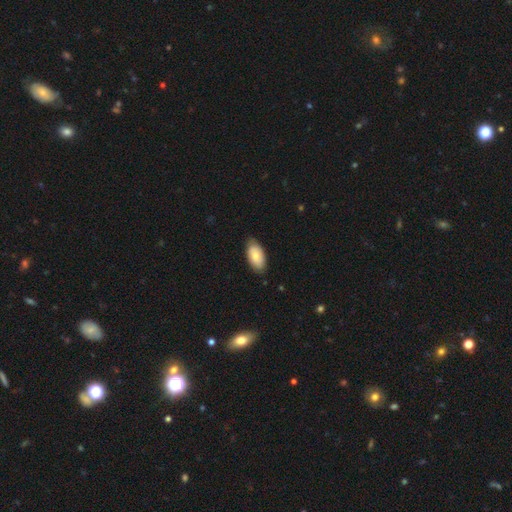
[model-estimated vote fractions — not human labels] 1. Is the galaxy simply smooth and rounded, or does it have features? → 74% smooth, 20% featured or disk, 6% star or artifact.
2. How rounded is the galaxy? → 95% in between, 3% round, 3% cigar-shaped.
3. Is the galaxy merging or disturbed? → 78% none, 18% minor disturbance, 3% major disturbance, 1% merger.